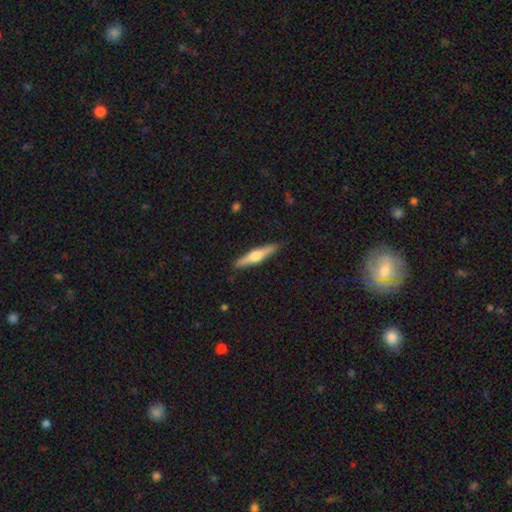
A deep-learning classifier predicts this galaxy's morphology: This appears to be a featured or disk galaxy (60%) viewed edge-on (97%) with a rounded central bulge (92%). Merging: none (89%).